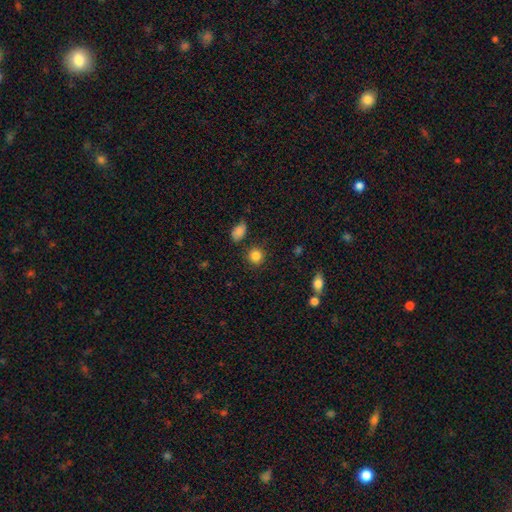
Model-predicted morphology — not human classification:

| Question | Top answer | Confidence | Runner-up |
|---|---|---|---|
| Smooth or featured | smooth | 85% | star or artifact (10%) |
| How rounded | round | 86% | in between (12%) |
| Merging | none | 85% | minor disturbance (8%) |